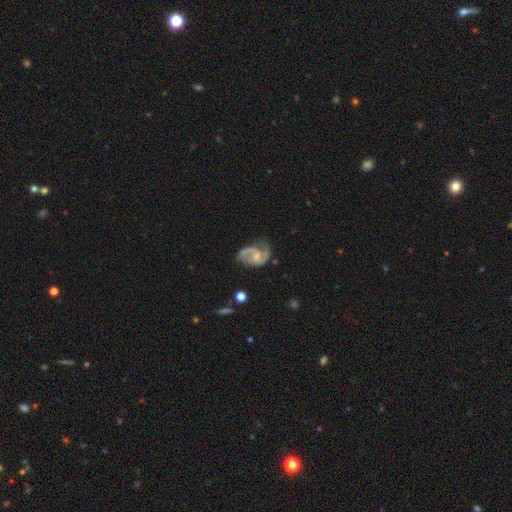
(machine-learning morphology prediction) Smooth or featured? Predicted: featured or disk (p=0.85). Edge-on disk? Predicted: no (p=0.98). Bar? Predicted: no (p=0.50). Spiral arms? Predicted: yes (p=0.95). Spiral winding? Predicted: medium (p=0.52). Spiral arm count? Predicted: 2 (p=0.84). Bulge size? Predicted: small (p=0.48). Merging? Predicted: none (p=0.53).